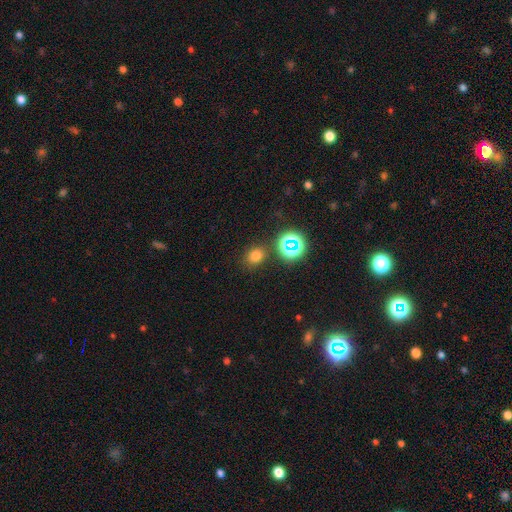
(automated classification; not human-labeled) A smooth galaxy with no disk features (71%) that is round (64%).

Vote fractions:
- Smooth or featured? smooth: 71% / star or artifact: 23% / featured or disk: 7%
- How rounded? round: 64% / in between: 35% / cigar-shaped: 1%
- Merging? none: 82% / minor disturbance: 10% / merger: 5% / major disturbance: 3%